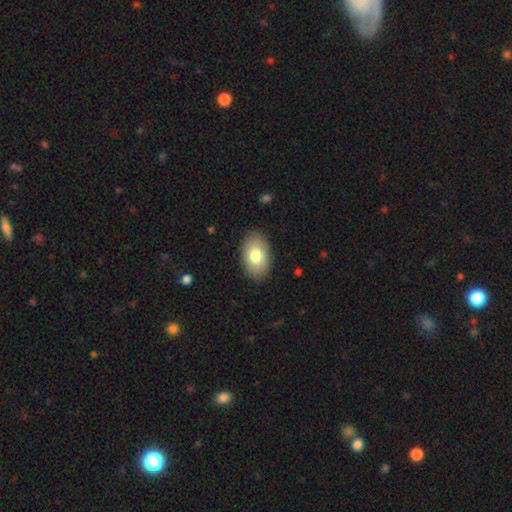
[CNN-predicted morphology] Smooth or featured?
  - smooth: 77% *
  - featured or disk: 16%
  - star or artifact: 7%
How rounded?
  - in between: 90% *
  - round: 9%
  - cigar-shaped: 1%
Merging?
  - none: 88% *
  - minor disturbance: 9%
  - major disturbance: 2%
  - merger: 1%